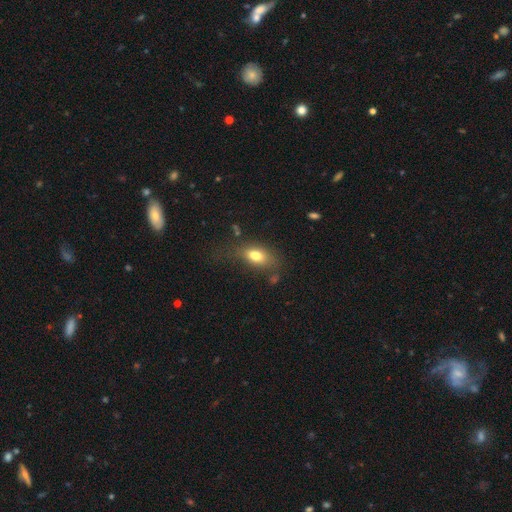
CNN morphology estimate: Smooth or featured? Predicted: smooth (p=0.76). How rounded? Predicted: in between (p=0.85). Merging? Predicted: none (p=0.52).